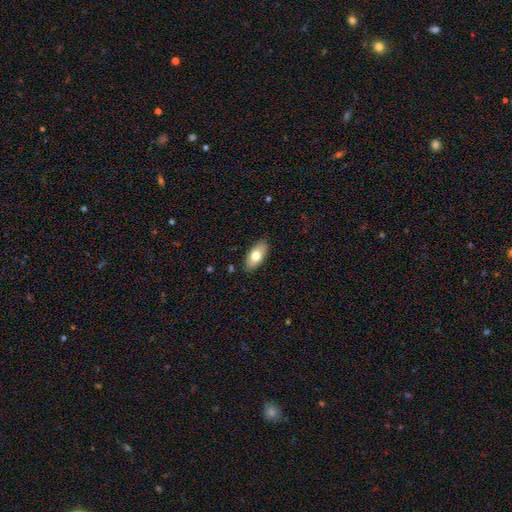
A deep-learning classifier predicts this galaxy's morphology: Overall: smooth (73%). How rounded: in between (90%). Merging: none (87%).